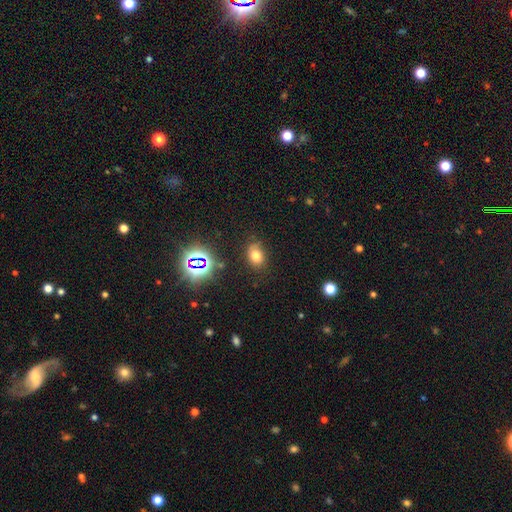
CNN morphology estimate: Smooth or featured?
  - smooth: 69% *
  - star or artifact: 20%
  - featured or disk: 11%
How rounded?
  - in between: 69% *
  - round: 30%
  - cigar-shaped: 1%
Merging?
  - none: 75% *
  - minor disturbance: 18%
  - major disturbance: 5%
  - merger: 2%